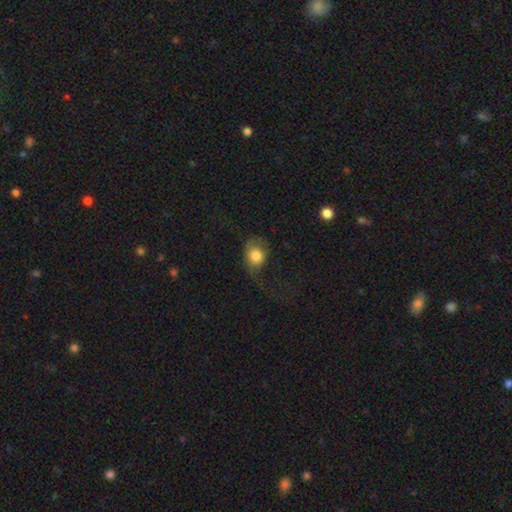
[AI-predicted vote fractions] This is likely a smooth galaxy (77%). How rounded: possibly round (55%). Merging: marginally major disturbance (39%).